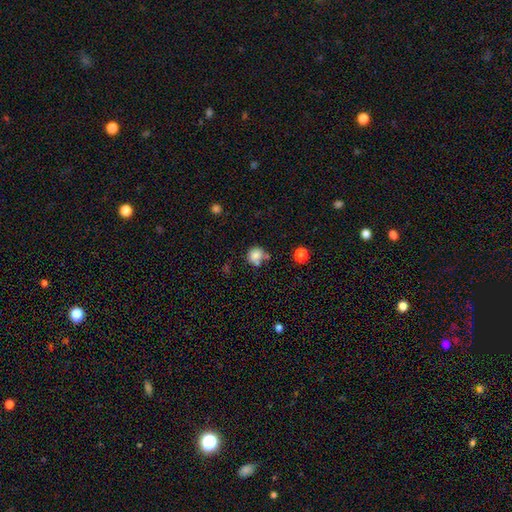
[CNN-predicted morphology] Smooth or featured? Predicted: smooth (p=0.81). How rounded? Predicted: round (p=0.83). Merging? Predicted: none (p=0.55).